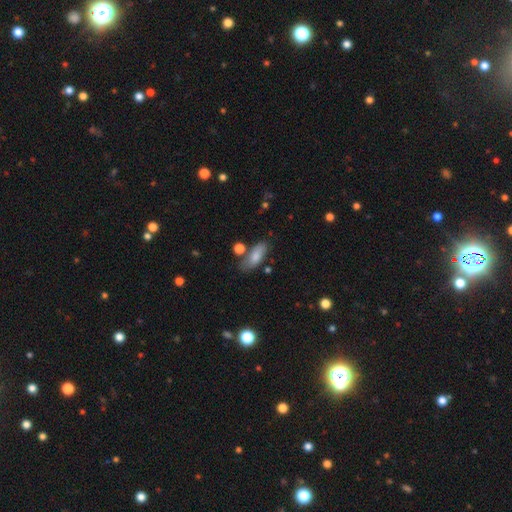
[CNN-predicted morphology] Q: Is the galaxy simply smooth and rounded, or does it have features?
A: smooth — 80%.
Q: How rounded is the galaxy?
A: in between — 76%.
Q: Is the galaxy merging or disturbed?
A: none — 65%.